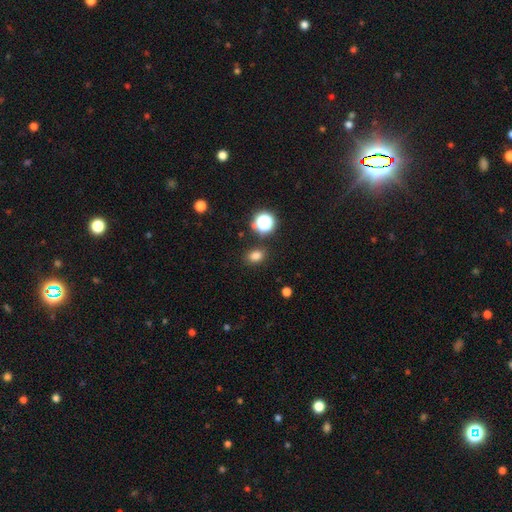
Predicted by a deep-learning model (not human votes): smooth 79%, star or artifact 17%, featured or disk 5%. Down the decision tree: how rounded — in between (59%); merging — none (84%).